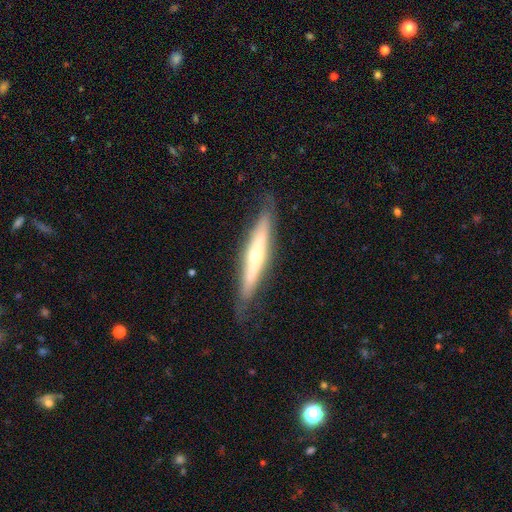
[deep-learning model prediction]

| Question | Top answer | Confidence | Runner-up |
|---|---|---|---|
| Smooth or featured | featured or disk | 65% | smooth (29%) |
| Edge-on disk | yes | 87% | no (13%) |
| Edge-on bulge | rounded | 75% | none (20%) |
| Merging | none | 79% | minor disturbance (15%) |